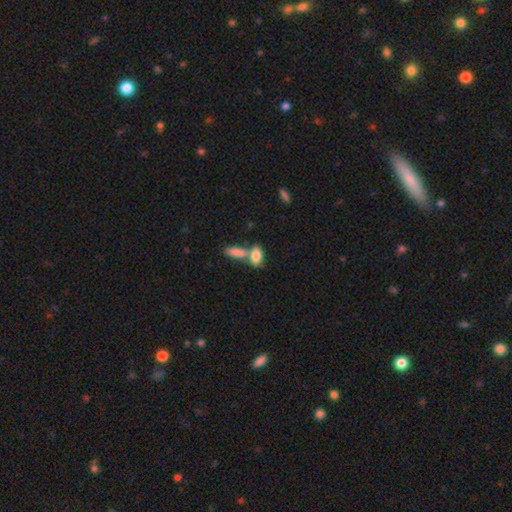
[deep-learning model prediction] A smooth galaxy with no disk features (82%) that is in between round and cigar-shaped (86%).

Vote fractions:
- Smooth or featured? smooth: 82% / featured or disk: 11% / star or artifact: 7%
- How rounded? in between: 86% / cigar-shaped: 9% / round: 5%
- Merging? merger: 49% / none: 37% / minor disturbance: 10% / major disturbance: 4%